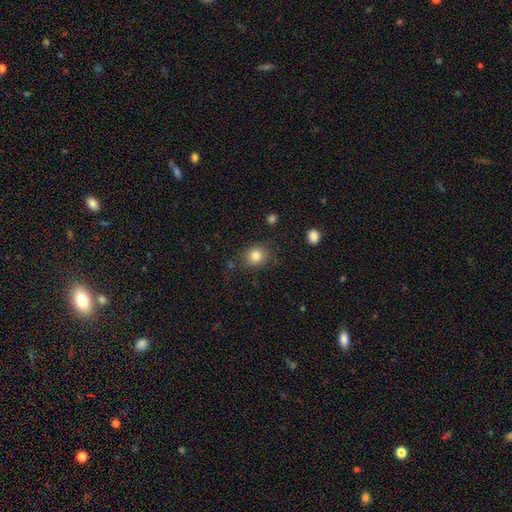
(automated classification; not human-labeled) smooth-or-featured: smooth: 83% | star or artifact: 11% | featured or disk: 6%
  how-rounded: round: 79% | in between: 20% | cigar-shaped: 1%
  merging: none: 82% | minor disturbance: 12% | major disturbance: 4% | merger: 2%